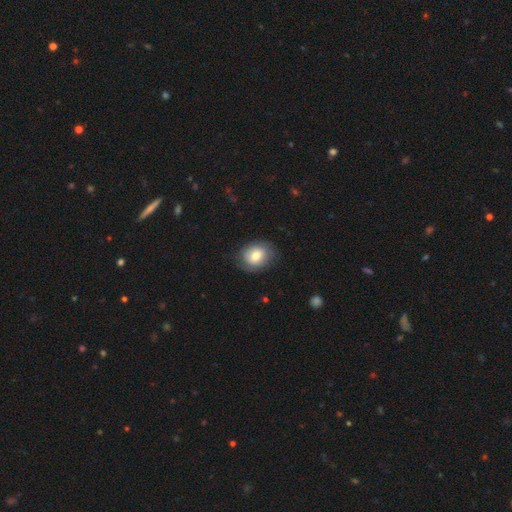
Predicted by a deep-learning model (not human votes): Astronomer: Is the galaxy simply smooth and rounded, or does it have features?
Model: smooth — 75%.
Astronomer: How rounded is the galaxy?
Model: in between — 50% (runner-up: round, 49%).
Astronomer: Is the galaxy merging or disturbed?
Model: none — 77%.